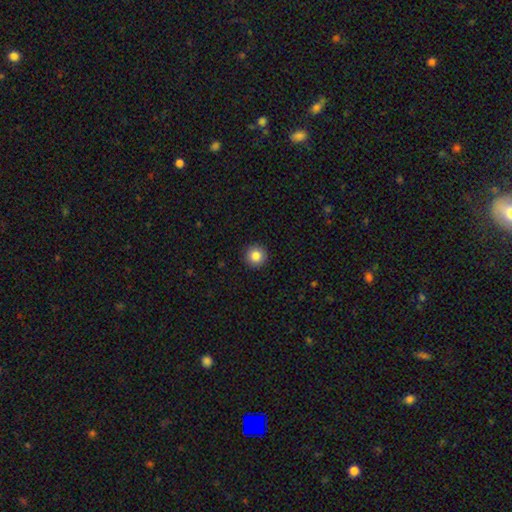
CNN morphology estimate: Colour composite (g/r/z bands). It shows a smooth galaxy with no disk features (85%) that is round (96%). Merging: none (93%).